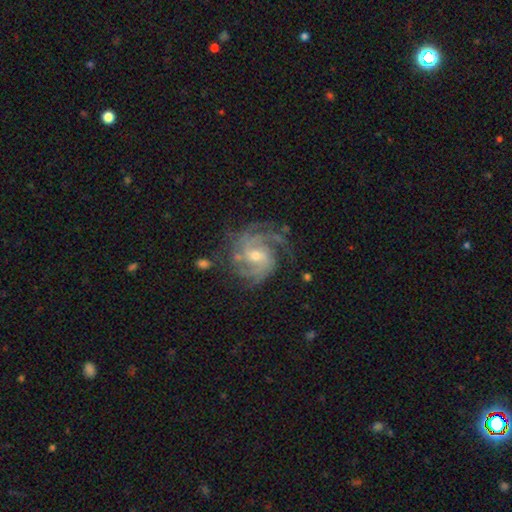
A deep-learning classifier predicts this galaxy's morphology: This is clearly a featured or disk galaxy (89%). It is clearly not viewed edge-on (98%). Bar: possibly no (48%). Spiral arm pattern: clearly yes (97%). Spiral arm count: marginally 3 (33%). Spiral winding: possibly tight (52%). Central bulge: possibly small (49%). Merging: likely none (69%).